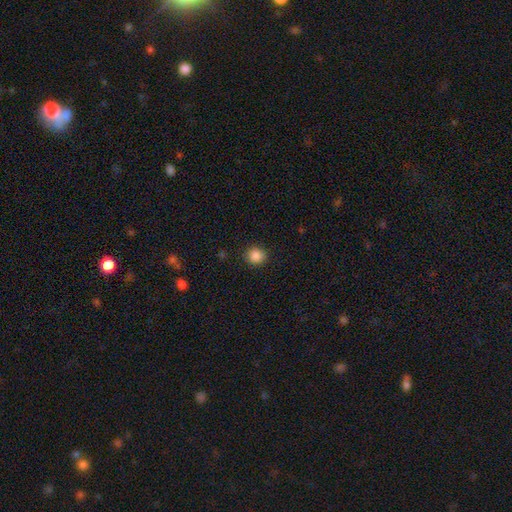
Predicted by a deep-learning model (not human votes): Morphology: type=smooth (86%); roundness=round (86%); merging=none (90%).